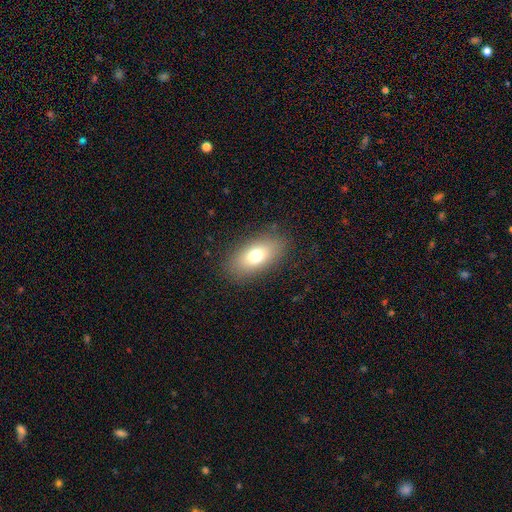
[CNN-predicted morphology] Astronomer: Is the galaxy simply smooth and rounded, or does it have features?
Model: smooth — 73%.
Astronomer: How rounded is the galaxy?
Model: in between — 88%.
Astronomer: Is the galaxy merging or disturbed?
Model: none — 85%.